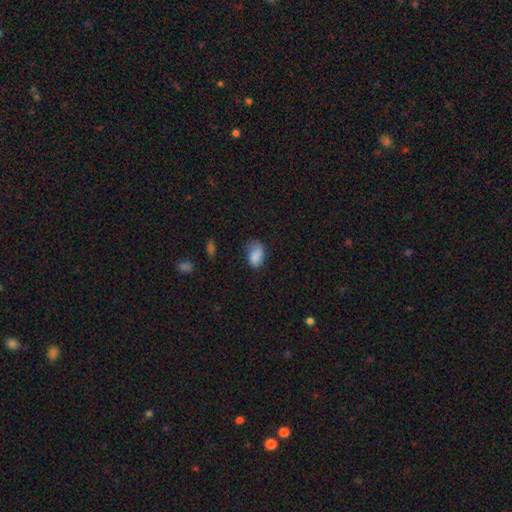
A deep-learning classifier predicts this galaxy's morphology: The model was most divided on "merging": none: 52%, minor disturbance: 34%, major disturbance: 12%, merger: 2%. More confident: how rounded — in between (86%); smooth or featured — smooth (85%).